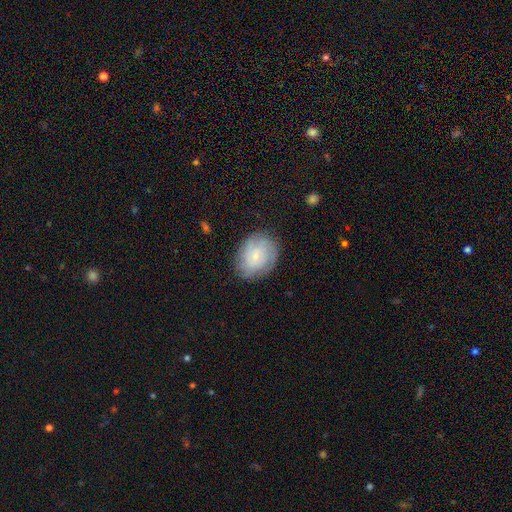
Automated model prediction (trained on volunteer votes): Smooth or featured? Predicted: smooth (p=0.49). Merging? Predicted: none (p=0.77).